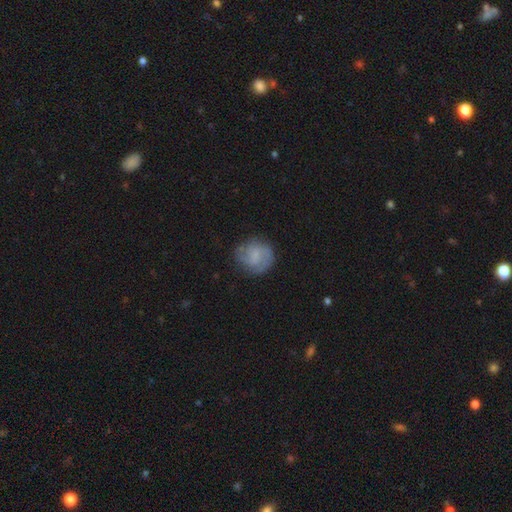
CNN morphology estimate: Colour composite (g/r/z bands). It shows a featured or disk galaxy (51%) with no bar (48%), spiral arms (85%) and no central bulge (48%). Merging: none (72%).